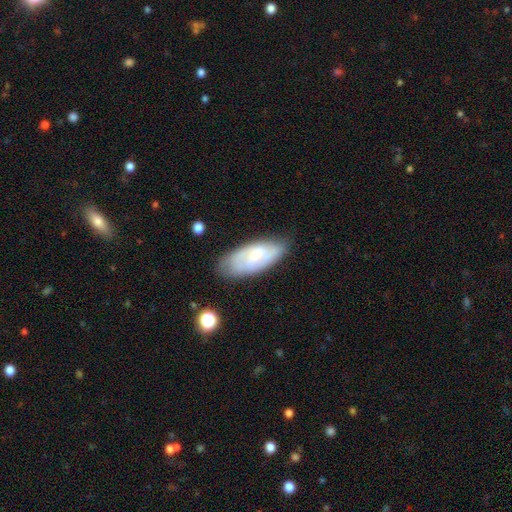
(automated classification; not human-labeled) Smooth or featured? smooth (48%)
Merging? none (72%)